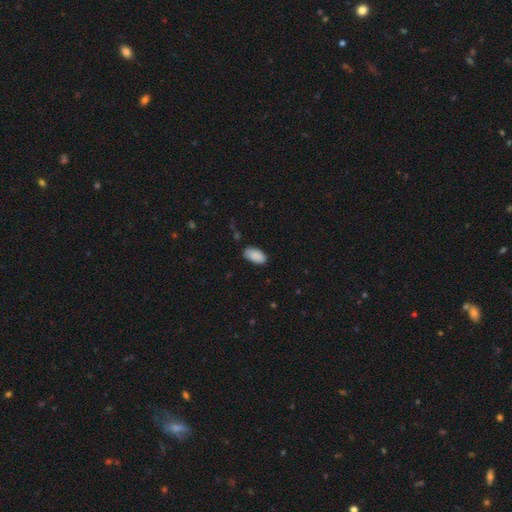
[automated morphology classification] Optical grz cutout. It shows a smooth galaxy with no disk features (89%) that is in between round and cigar-shaped (95%). Merging: none (80%).